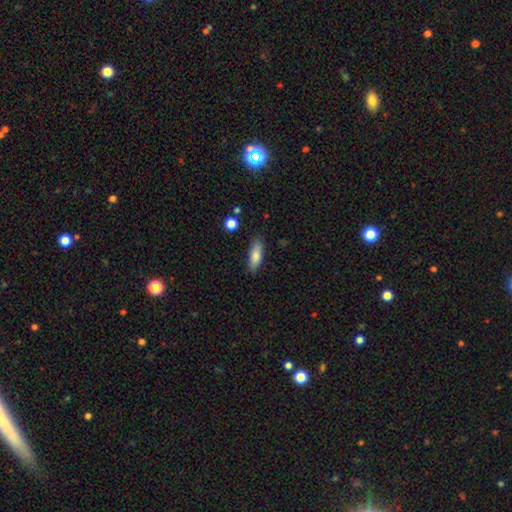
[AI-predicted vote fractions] Q: Smooth or featured?
A: smooth (82%); runner-up: featured or disk (11%)
Q: How rounded?
A: in between (63%); runner-up: cigar-shaped (35%)
Q: Merging?
A: none (82%); runner-up: minor disturbance (13%)